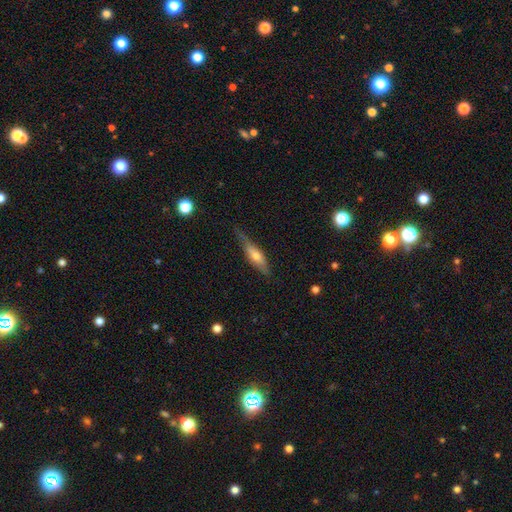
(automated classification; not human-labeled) Smooth or featured?
  - smooth: 47% *
  - featured or disk: 46%
  - star or artifact: 7%
Merging?
  - none: 59% *
  - minor disturbance: 30%
  - major disturbance: 8%
  - merger: 2%